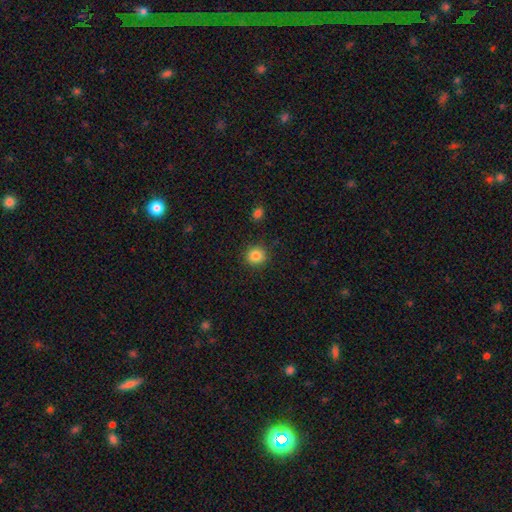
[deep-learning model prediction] The model was most divided on "smooth or featured": smooth: 84%, star or artifact: 11%, featured or disk: 5%. More confident: how rounded — round (91%); merging — none (89%).